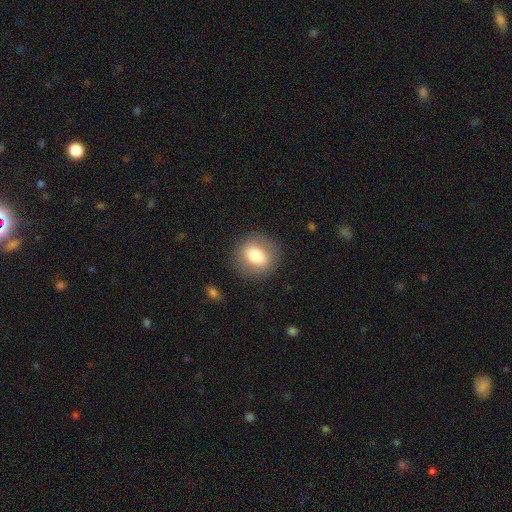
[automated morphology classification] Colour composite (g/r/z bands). It shows a smooth galaxy with no disk features (73%) that is round (74%). Merging: none (85%).